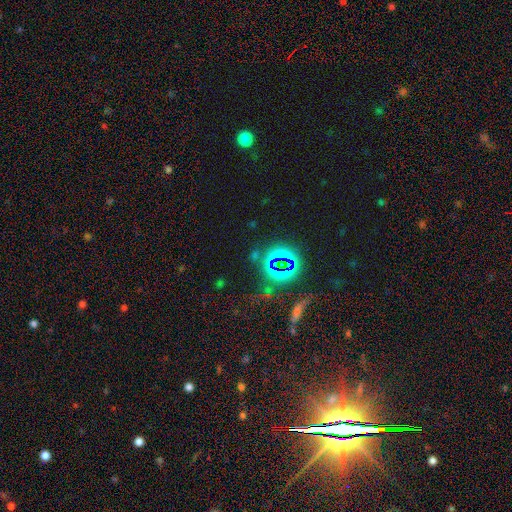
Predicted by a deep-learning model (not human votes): Smooth or featured? Predicted: star or artifact (p=0.75).